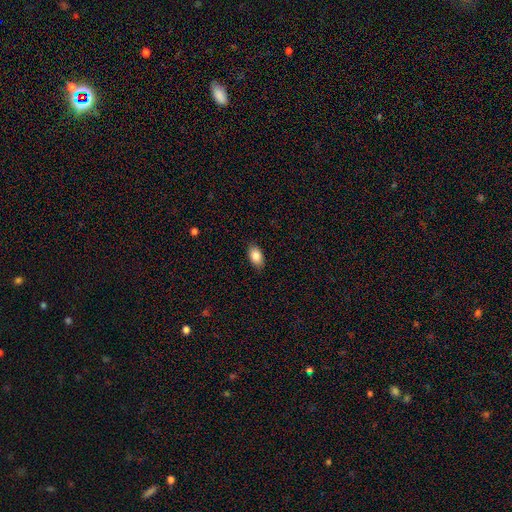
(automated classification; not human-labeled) Morphology: type=smooth (86%); roundness=in between (91%); merging=none (86%).